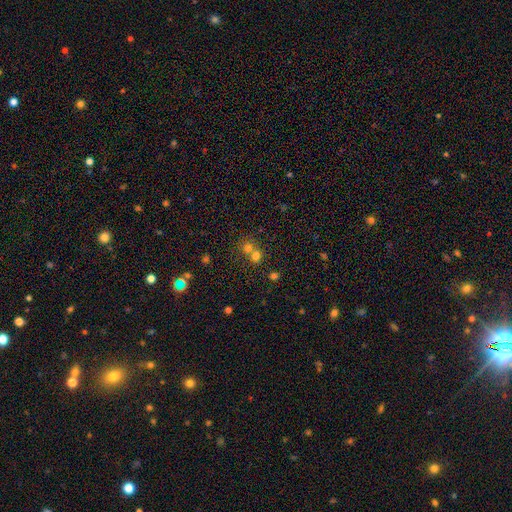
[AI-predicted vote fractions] smooth_or_featured: smooth (p=0.70) [alt: star or artifact p=0.20]
how_rounded: round (p=0.81) [alt: in between p=0.18]
merging: merger (p=0.51) [alt: none p=0.42]